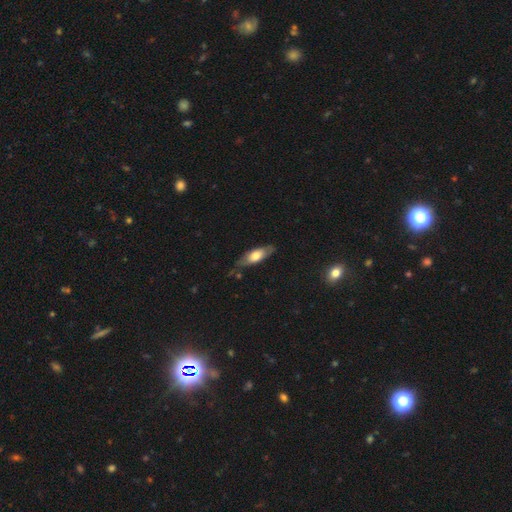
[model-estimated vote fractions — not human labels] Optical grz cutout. It shows a smooth galaxy with no disk features (59%) that is in between round and cigar-shaped (65%). Merging: none (69%).